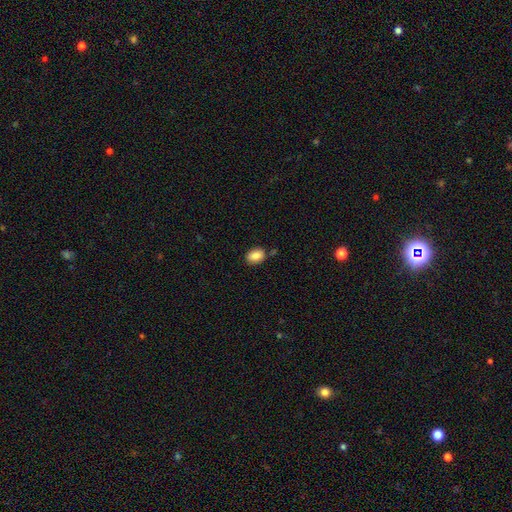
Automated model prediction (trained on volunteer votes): smooth_or_featured: smooth (p=0.85) [alt: star or artifact p=0.08]
how_rounded: in between (p=0.75) [alt: round p=0.24]
merging: none (p=0.82) [alt: minor disturbance p=0.11]